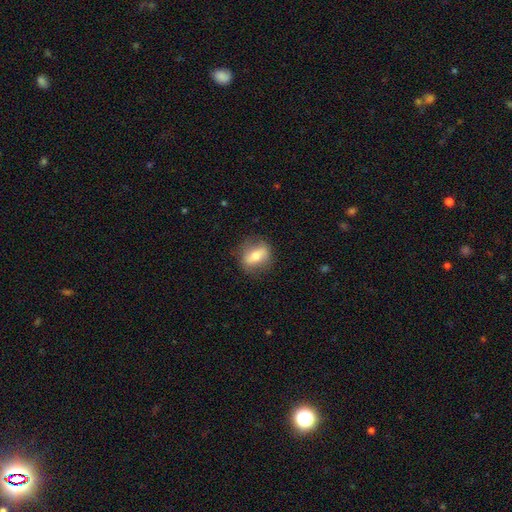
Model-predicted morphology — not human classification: A smooth galaxy with no disk features (54%) that is in between round and cigar-shaped (58%).

Vote fractions:
- Smooth or featured? smooth: 54% / featured or disk: 38% / star or artifact: 8%
- How rounded? in between: 58% / round: 36% / cigar-shaped: 7%
- Merging? none: 80% / minor disturbance: 14% / major disturbance: 5% / merger: 1%